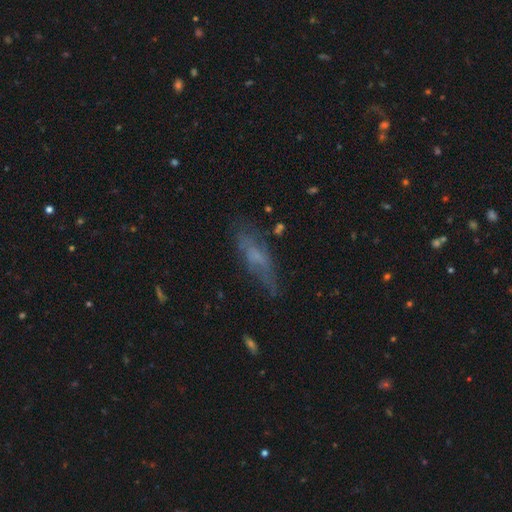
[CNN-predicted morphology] A smooth galaxy with no disk features (44%, tied with featured or disk). Merging: none (60%).